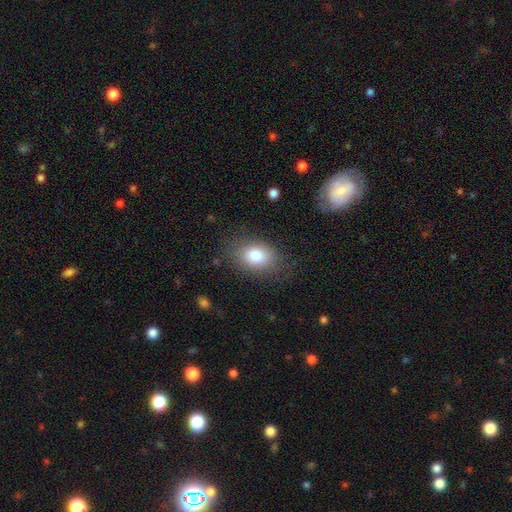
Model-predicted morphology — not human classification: Smooth or featured?
  - smooth: 80% *
  - featured or disk: 11%
  - star or artifact: 9%
How rounded?
  - in between: 74% *
  - round: 25%
  - cigar-shaped: 1%
Merging?
  - none: 78% *
  - minor disturbance: 14%
  - major disturbance: 6%
  - merger: 1%